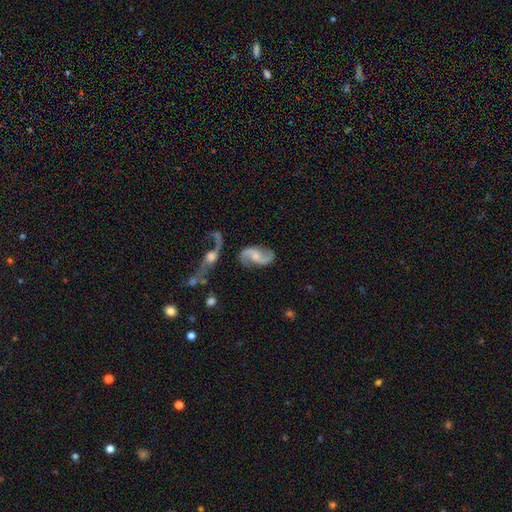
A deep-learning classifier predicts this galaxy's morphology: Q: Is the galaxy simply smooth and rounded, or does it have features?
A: featured or disk — 88%.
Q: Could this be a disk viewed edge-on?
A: no — 97%.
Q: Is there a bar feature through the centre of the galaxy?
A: no — 49%.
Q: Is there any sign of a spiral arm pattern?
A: yes — 96%.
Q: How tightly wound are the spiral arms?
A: loose — 65%.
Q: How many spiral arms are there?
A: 2 — 93%.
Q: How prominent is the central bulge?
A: small — 43%.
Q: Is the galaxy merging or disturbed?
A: none — 70%.